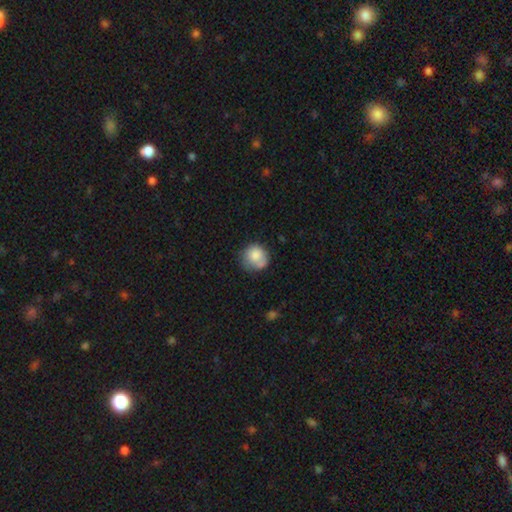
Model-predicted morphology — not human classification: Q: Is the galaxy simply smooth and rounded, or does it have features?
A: smooth — 79%.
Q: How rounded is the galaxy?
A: round — 86%.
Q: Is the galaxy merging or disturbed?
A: none — 57%.